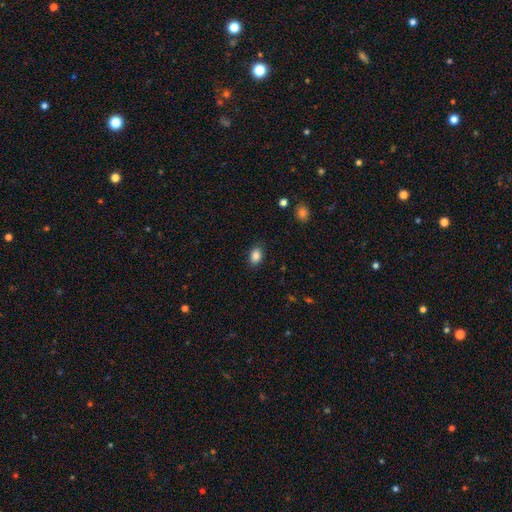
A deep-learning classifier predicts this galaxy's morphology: Smooth or featured? smooth (87%)
How rounded? in between (76%)
Merging? none (87%)